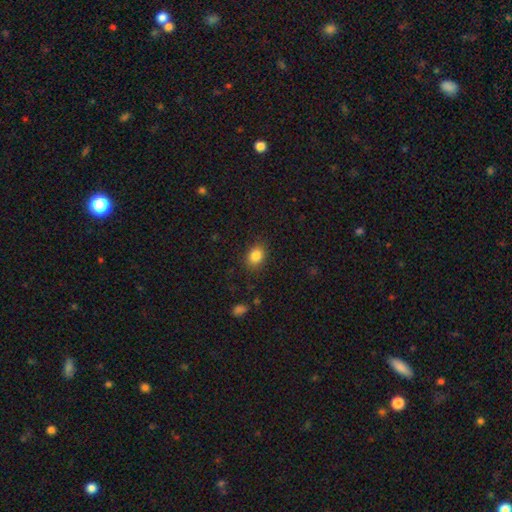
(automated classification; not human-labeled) Smooth or featured? smooth (85%)
How rounded? in between (57%)
Merging? none (86%)